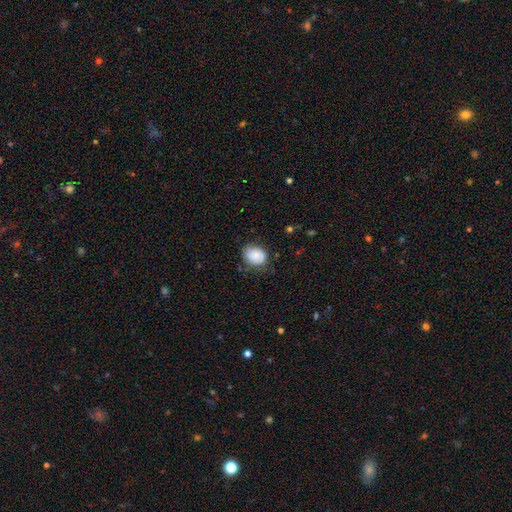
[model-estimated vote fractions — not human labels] smooth-or-featured: smooth: 84% | featured or disk: 9% | star or artifact: 8%
  how-rounded: in between: 53% | round: 46% | cigar-shaped: 1%
  merging: none: 71% | minor disturbance: 23% | major disturbance: 5% | merger: 2%